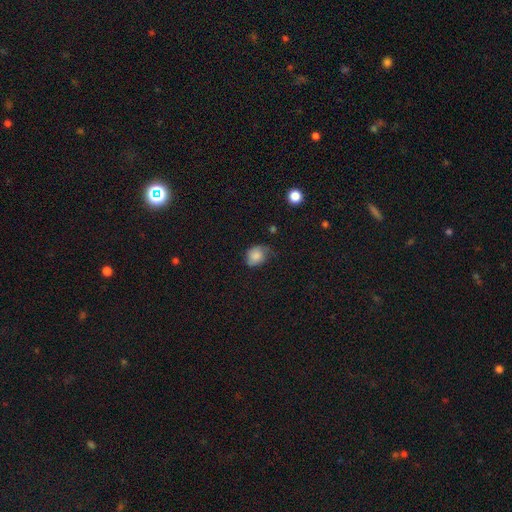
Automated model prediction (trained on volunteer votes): smooth_or_featured: smooth (p=0.79) [alt: featured or disk p=0.12]
how_rounded: round (p=0.50) [alt: in between p=0.49]
merging: none (p=0.46) [alt: minor disturbance p=0.39]